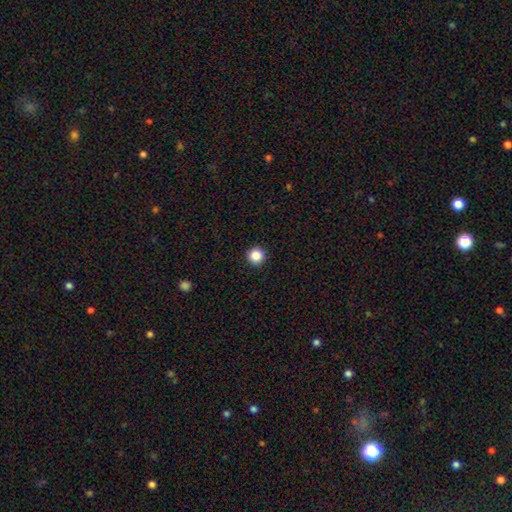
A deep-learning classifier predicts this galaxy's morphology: Smooth or featured?
  - smooth: 87% *
  - star or artifact: 10%
  - featured or disk: 3%
How rounded?
  - round: 96% *
  - in between: 3%
  - cigar-shaped: 1%
Merging?
  - none: 93% *
  - minor disturbance: 4%
  - major disturbance: 2%
  - merger: 1%